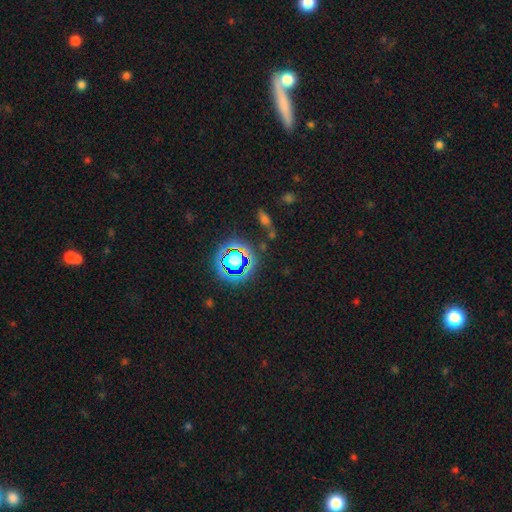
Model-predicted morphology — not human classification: star or artifact 74%, smooth 16%, featured or disk 10%.